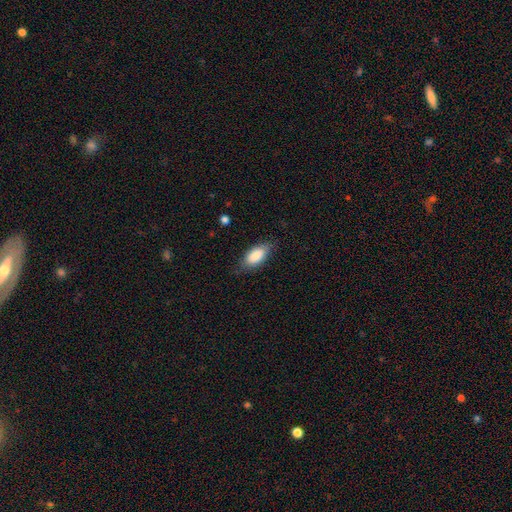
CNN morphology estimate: type=smooth (86%); roundness=in between (89%); merging=none (76%).